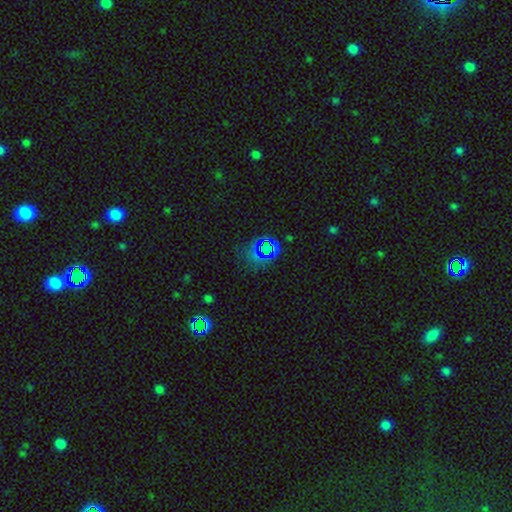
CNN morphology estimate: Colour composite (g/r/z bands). It shows a star or artifact, not a galaxy (58%).